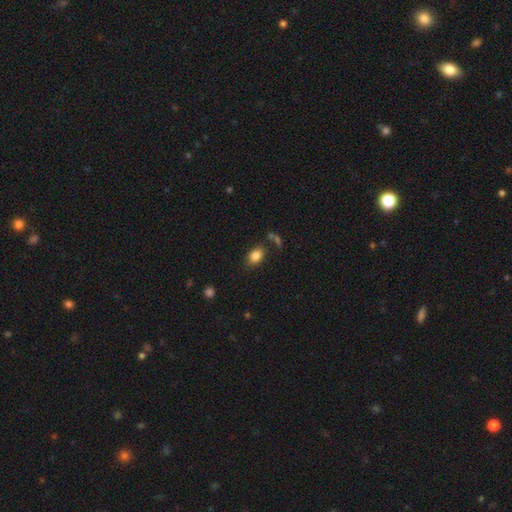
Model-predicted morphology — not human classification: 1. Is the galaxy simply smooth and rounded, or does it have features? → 85% smooth, 9% star or artifact, 6% featured or disk.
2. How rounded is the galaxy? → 82% in between, 17% round, 1% cigar-shaped.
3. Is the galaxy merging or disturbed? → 77% none, 13% minor disturbance, 6% merger, 4% major disturbance.